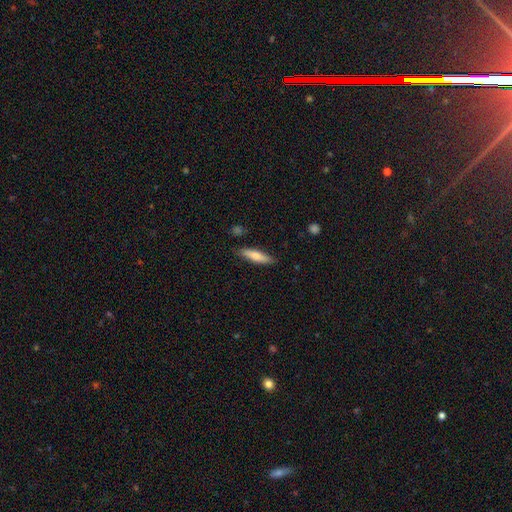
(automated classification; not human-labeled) smooth-or-featured: smooth: 70% | featured or disk: 24% | star or artifact: 6%
  how-rounded: cigar-shaped: 75% | in between: 24% | round: 2%
  merging: none: 85% | minor disturbance: 12% | major disturbance: 2% | merger: 2%